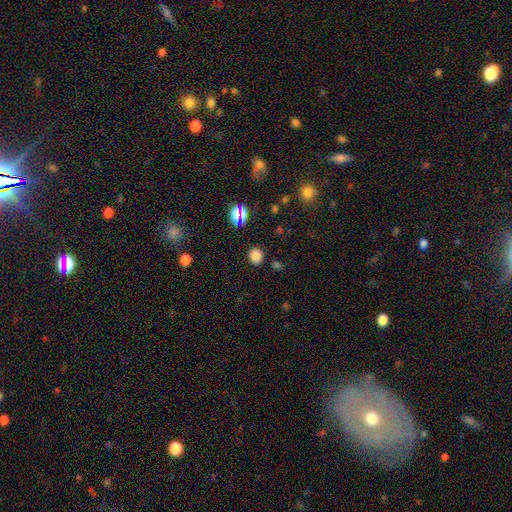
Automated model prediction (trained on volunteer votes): smooth-or-featured: smooth: 79% | star or artifact: 17% | featured or disk: 4%
  how-rounded: round: 71% | in between: 28% | cigar-shaped: 1%
  merging: none: 87% | minor disturbance: 8% | major disturbance: 3% | merger: 2%